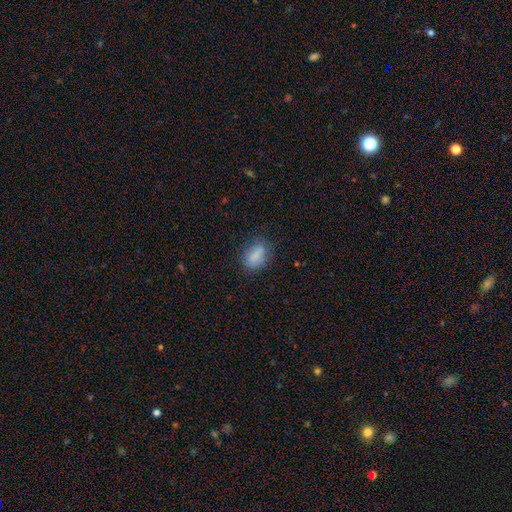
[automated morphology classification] A smooth galaxy with no disk features (80%) that is in between round and cigar-shaped (80%).

Vote fractions:
- Smooth or featured? smooth: 80% / featured or disk: 11% / star or artifact: 9%
- How rounded? in between: 80% / round: 14% / cigar-shaped: 5%
- Merging? none: 72% / minor disturbance: 19% / major disturbance: 6% / merger: 2%